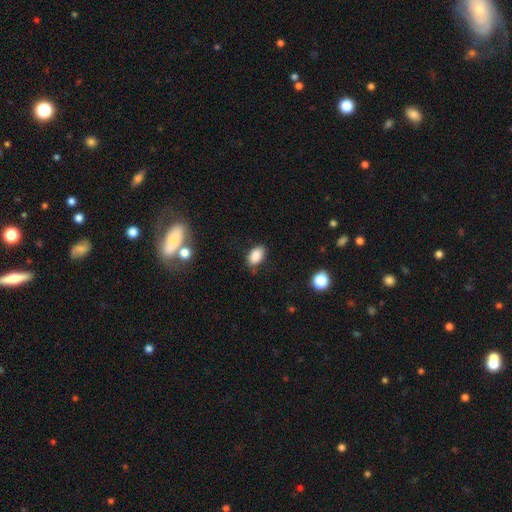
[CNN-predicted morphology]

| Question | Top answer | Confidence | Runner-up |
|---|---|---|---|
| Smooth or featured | smooth | 87% | star or artifact (9%) |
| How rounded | in between | 89% | round (9%) |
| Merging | none | 77% | minor disturbance (17%) |